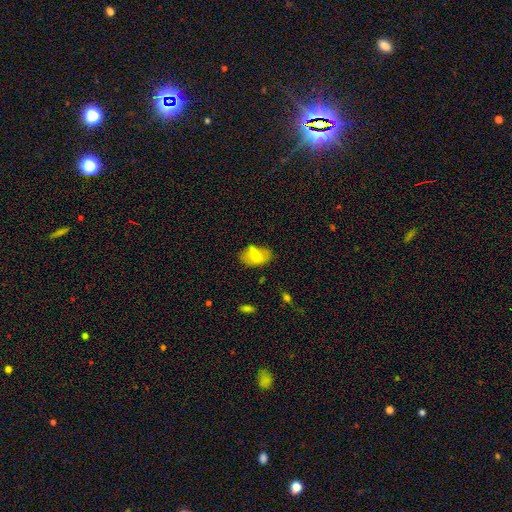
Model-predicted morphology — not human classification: Smooth or featured: smooth — 61% (featured or disk — 30%)
How rounded: in between — 86% (round — 12%)
Merging: none — 53% (minor disturbance — 29%)